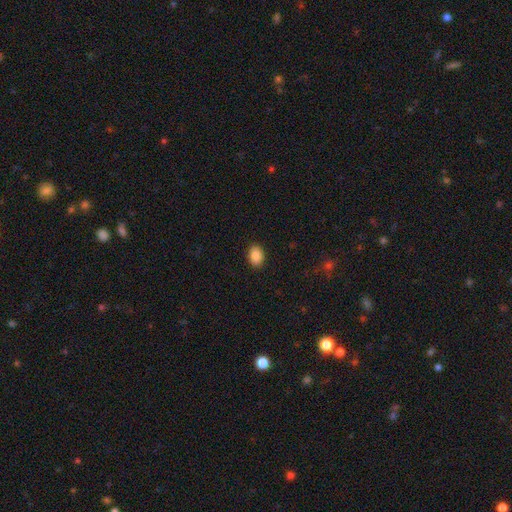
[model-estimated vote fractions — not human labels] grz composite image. It shows a smooth galaxy with no disk features (89%) that is in between round and cigar-shaped (78%). Merging: none (90%).